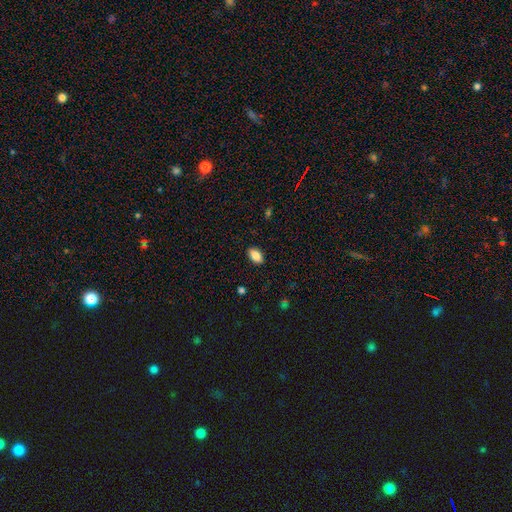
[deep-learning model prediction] Smooth or featured? smooth (86%)
How rounded? in between (91%)
Merging? none (88%)